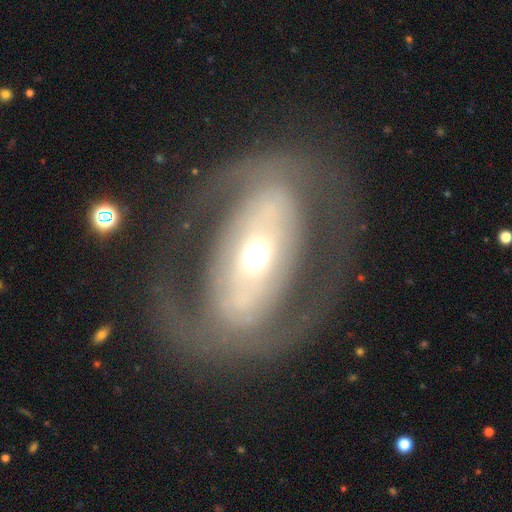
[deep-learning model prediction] featured or disk 75%, smooth 19%, star or artifact 6%. Down the decision tree: edge-on disk — no (92%); bar — no (41%); spiral arms — no (52%); bulge size — moderate (60%); merging — none (69%).